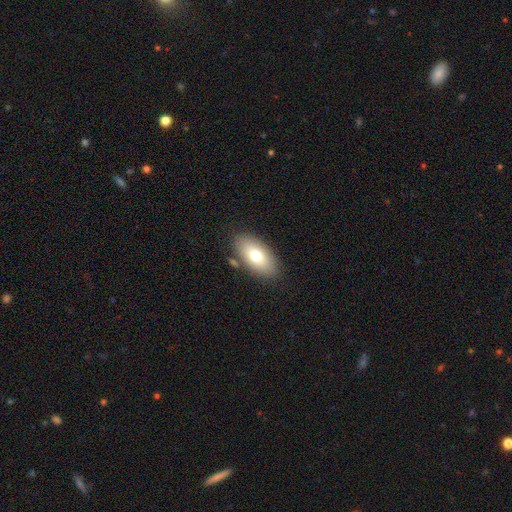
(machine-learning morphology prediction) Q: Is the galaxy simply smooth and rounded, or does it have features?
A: smooth — 75%.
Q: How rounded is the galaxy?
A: in between — 93%.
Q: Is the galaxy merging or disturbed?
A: none — 81%.